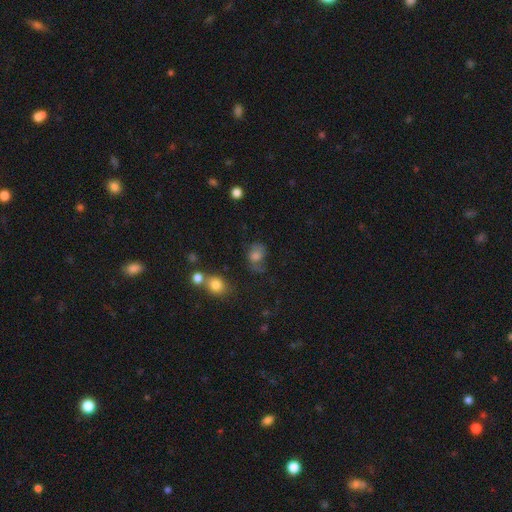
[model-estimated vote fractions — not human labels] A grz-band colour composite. It shows a smooth galaxy with no disk features (59%) that is round (50%). Merging: none (46%).